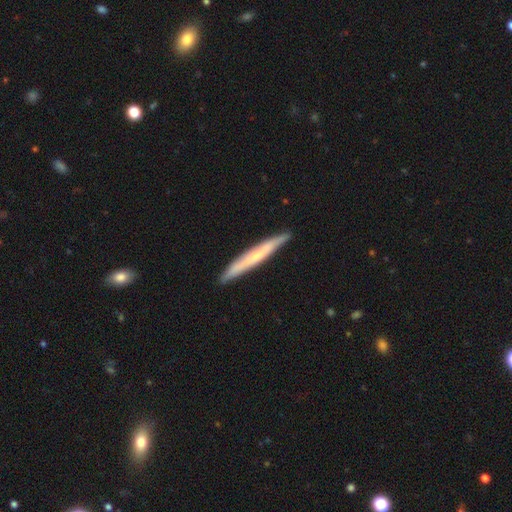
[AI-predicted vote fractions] Q: Smooth or featured?
A: featured or disk (49%); runner-up: smooth (46%)
Q: Merging?
A: none (90%); runner-up: minor disturbance (8%)